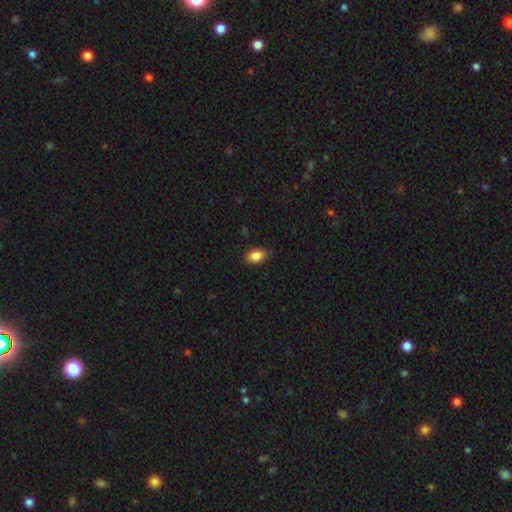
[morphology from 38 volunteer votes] Smooth or featured? 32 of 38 (84%) said smooth. How rounded? 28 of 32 (88%) said in between. Merging? 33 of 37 (89%) said none.